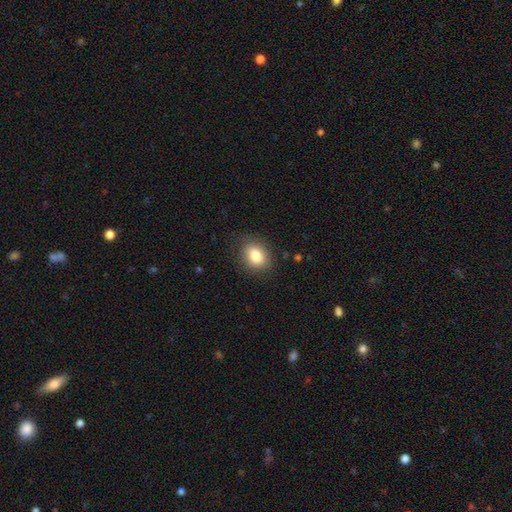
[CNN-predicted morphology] Smooth or featured?
  - smooth: 83% *
  - star or artifact: 9%
  - featured or disk: 8%
How rounded?
  - in between: 62% *
  - round: 37%
  - cigar-shaped: 1%
Merging?
  - none: 84% *
  - minor disturbance: 12%
  - major disturbance: 3%
  - merger: 1%